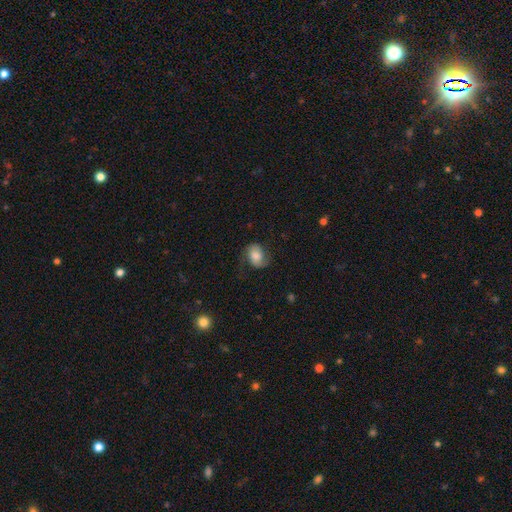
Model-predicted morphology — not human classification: Smooth or featured? smooth (55%)
How rounded? in between (66%)
Merging? none (61%)